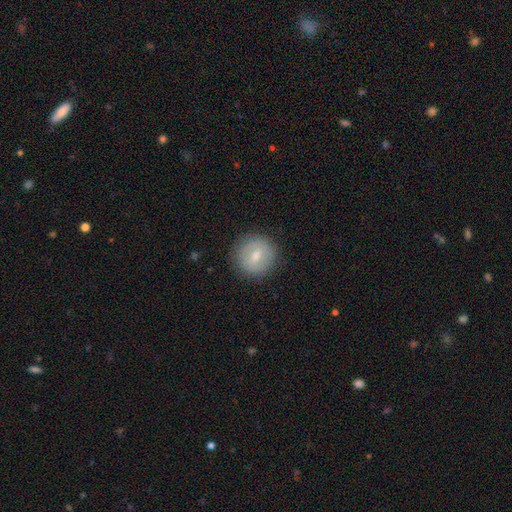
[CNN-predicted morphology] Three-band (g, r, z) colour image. It shows a smooth galaxy with no disk features (62%) that is round (90%). Merging: none (87%).